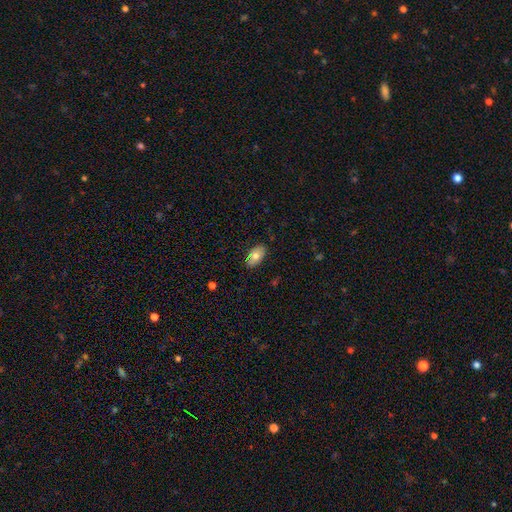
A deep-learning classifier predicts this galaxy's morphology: This is likely a smooth galaxy (73%). How rounded: clearly in between (92%). Merging: clearly none (83%).